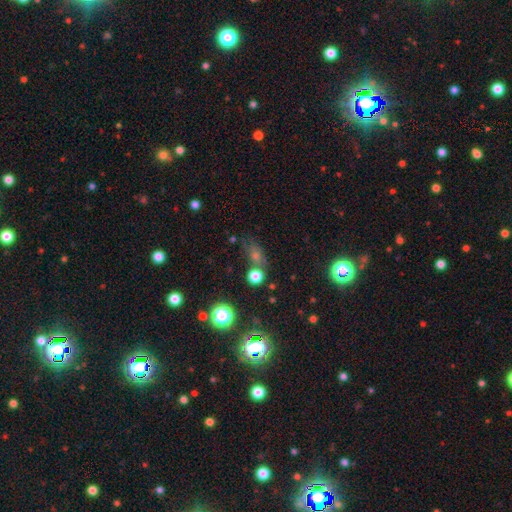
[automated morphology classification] Smooth or featured?
  - smooth: 47% *
  - star or artifact: 40%
  - featured or disk: 12%
Merging?
  - none: 65% *
  - merger: 14%
  - minor disturbance: 14%
  - major disturbance: 7%